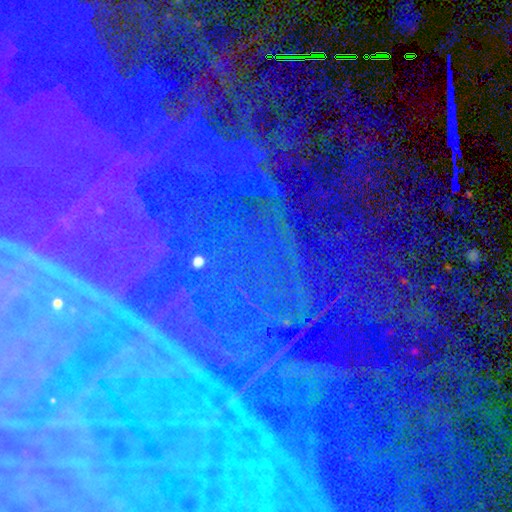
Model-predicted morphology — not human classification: This is likely a star or artifact rather than a galaxy (76%).